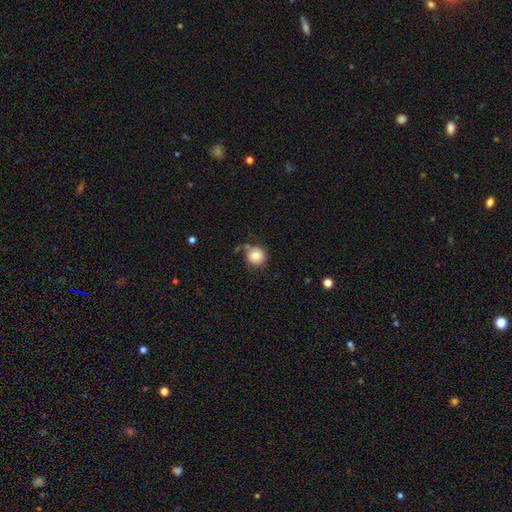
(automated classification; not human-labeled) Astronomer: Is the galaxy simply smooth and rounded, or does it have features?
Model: smooth — 78%.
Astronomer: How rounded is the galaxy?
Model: round — 92%.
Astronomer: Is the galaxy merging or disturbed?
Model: none — 62%.